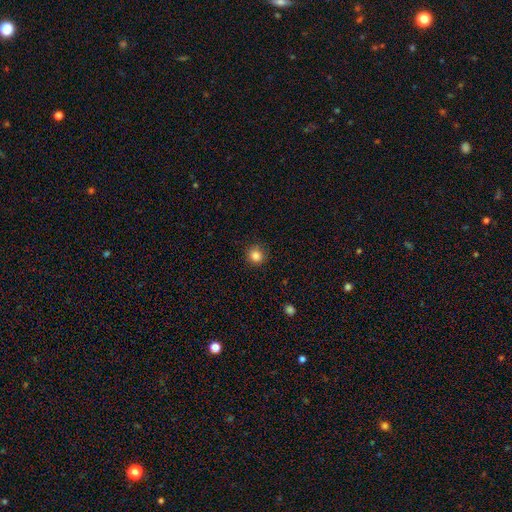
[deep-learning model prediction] This is clearly a smooth galaxy (85%). How rounded: clearly round (92%). Merging: clearly none (89%).